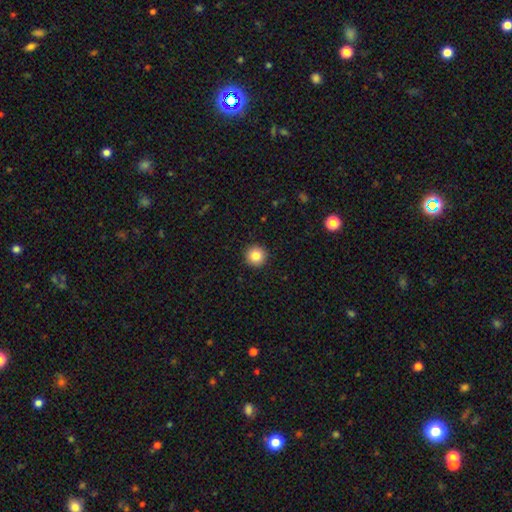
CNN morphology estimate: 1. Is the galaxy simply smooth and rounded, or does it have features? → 84% smooth, 10% star or artifact, 6% featured or disk.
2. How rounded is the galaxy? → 96% round, 3% in between, 1% cigar-shaped.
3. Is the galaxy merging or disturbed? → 93% none, 4% minor disturbance, 1% major disturbance, 1% merger.